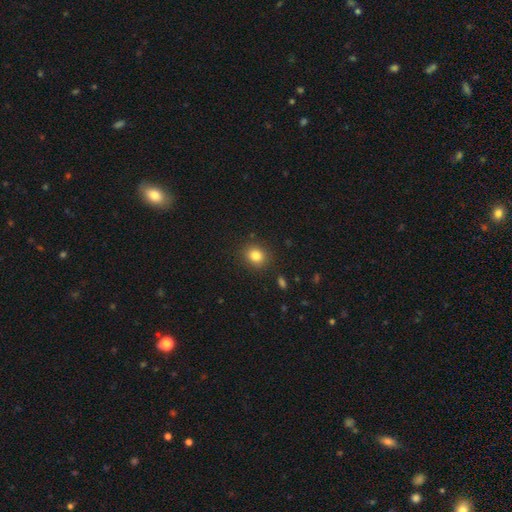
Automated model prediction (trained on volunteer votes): A smooth galaxy with no disk features (83%) that is round (73%). Merging: none (88%).